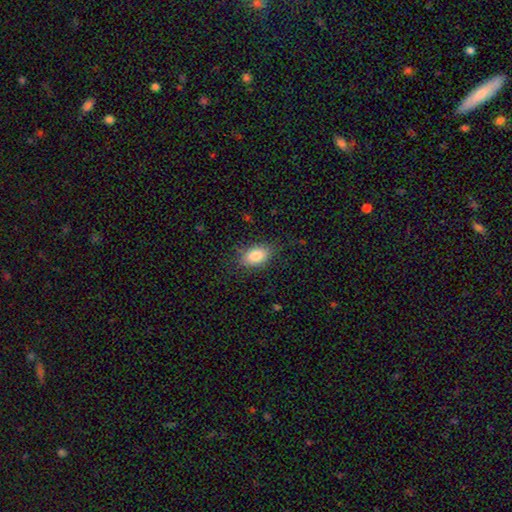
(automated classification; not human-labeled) Smooth or featured?
  - smooth: 83% *
  - featured or disk: 9%
  - star or artifact: 8%
How rounded?
  - in between: 89% *
  - round: 9%
  - cigar-shaped: 2%
Merging?
  - none: 79% *
  - minor disturbance: 15%
  - major disturbance: 5%
  - merger: 1%